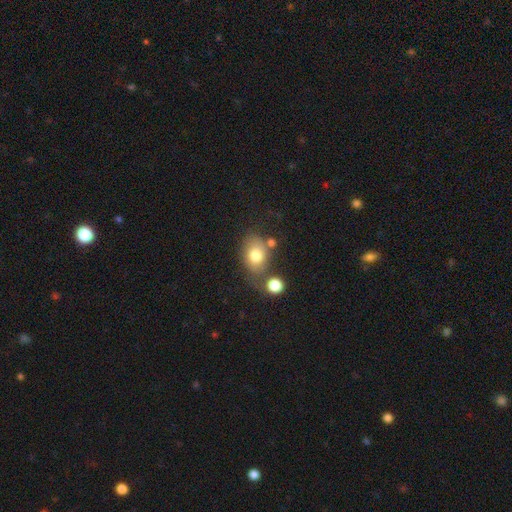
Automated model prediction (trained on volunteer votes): A smooth galaxy with no disk features (76%) that is in between round and cigar-shaped (68%). Merging: none (54%).